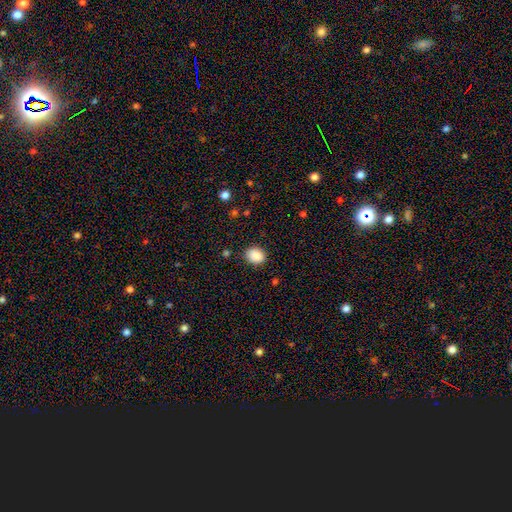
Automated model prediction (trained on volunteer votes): This appears to be a smooth galaxy with no disk features (89%) that is round (52%). Merging: none (87%).